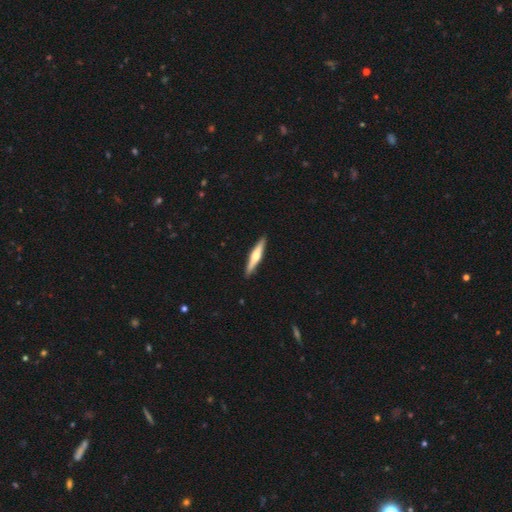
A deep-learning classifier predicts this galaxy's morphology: A featured or disk galaxy (62%) viewed edge-on (97%) with a rounded central bulge (88%). Merging: none (91%).